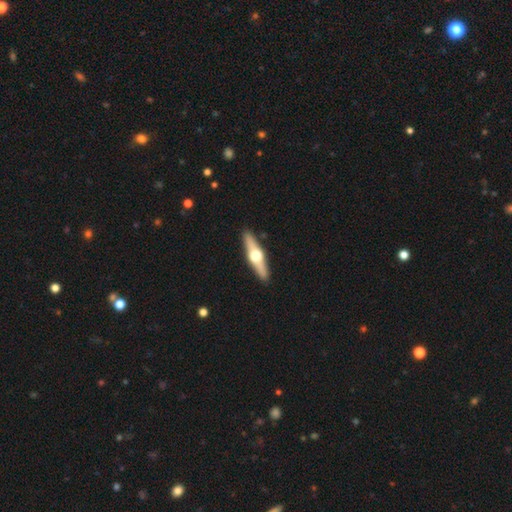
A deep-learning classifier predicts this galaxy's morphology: smooth-or-featured: featured or disk: 70% | smooth: 26% | star or artifact: 5%
  disk-edge-on: yes: 96% | no: 4%
    edge-on-bulge: rounded: 96% | boxy: 2% | none: 1%
  merging: none: 91% | minor disturbance: 6% | major disturbance: 1% | merger: 1%